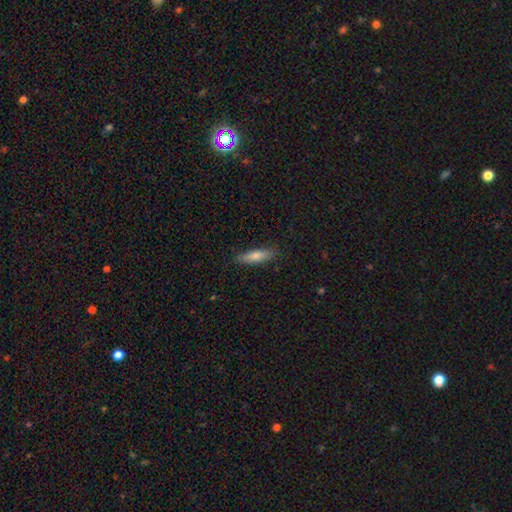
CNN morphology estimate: This appears to be a smooth galaxy with no disk features (72%) that is cigar-shaped (70%). Merging: none (87%).